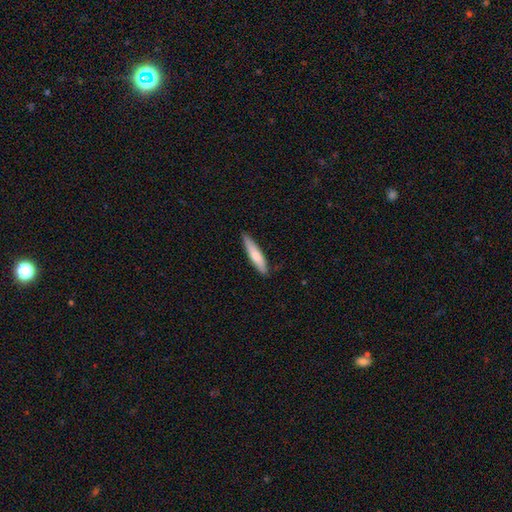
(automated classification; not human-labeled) A smooth galaxy with no disk features (71%) that is cigar-shaped (85%).

Vote fractions:
- Smooth or featured? smooth: 71% / featured or disk: 24% / star or artifact: 5%
- How rounded? cigar-shaped: 85% / in between: 13% / round: 1%
- Merging? none: 85% / minor disturbance: 12% / major disturbance: 2% / merger: 1%